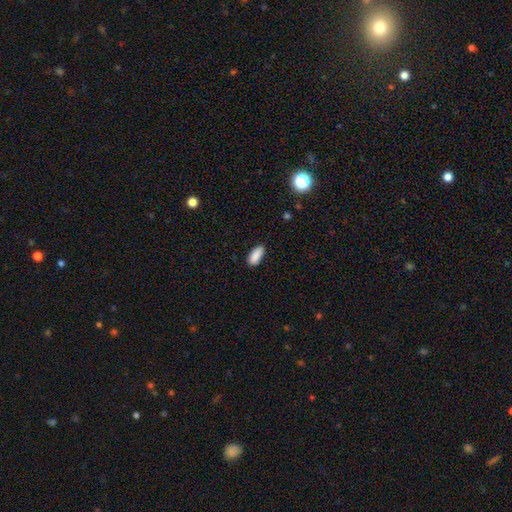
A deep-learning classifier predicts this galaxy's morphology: A smooth galaxy with no disk features (89%) that is in between round and cigar-shaped (85%).

Vote fractions:
- Smooth or featured? smooth: 89% / star or artifact: 7% / featured or disk: 4%
- How rounded? in between: 85% / cigar-shaped: 13% / round: 2%
- Merging? none: 82% / minor disturbance: 14% / major disturbance: 3% / merger: 1%